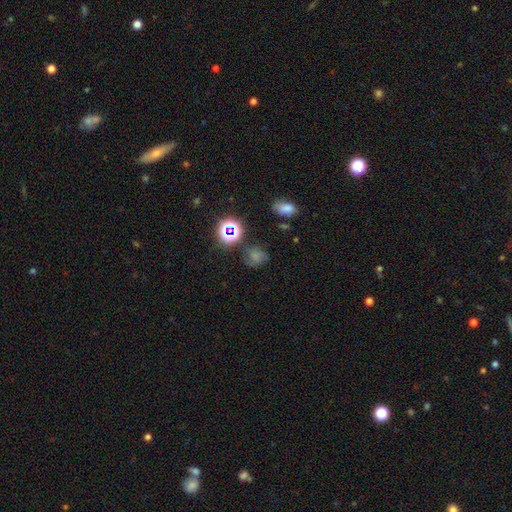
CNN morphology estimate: A smooth galaxy with no disk features (53%) that is round (65%). Merging: none (59%).